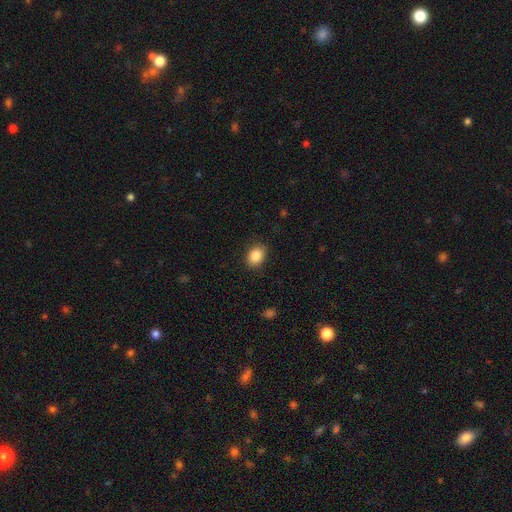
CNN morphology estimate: smooth 87%, star or artifact 8%, featured or disk 5%. Down the decision tree: how rounded — in between (66%); merging — none (87%).